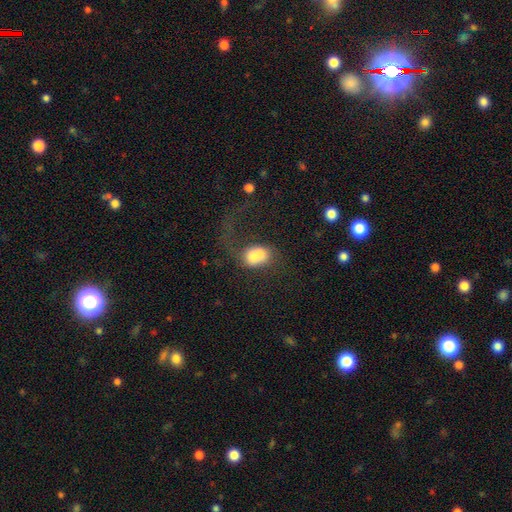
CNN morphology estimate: Smooth or featured? smooth (69%)
How rounded? in between (63%)
Merging? merger (38%)